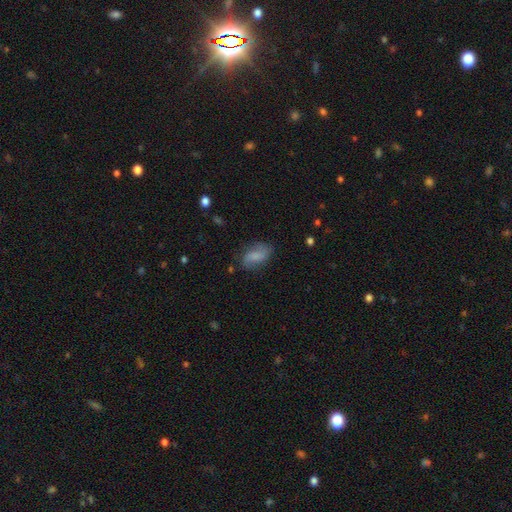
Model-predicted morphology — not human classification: Smooth or featured?
  - smooth: 58% *
  - featured or disk: 33%
  - star or artifact: 9%
How rounded?
  - in between: 88% *
  - round: 8%
  - cigar-shaped: 4%
Merging?
  - none: 69% *
  - minor disturbance: 21%
  - major disturbance: 8%
  - merger: 2%